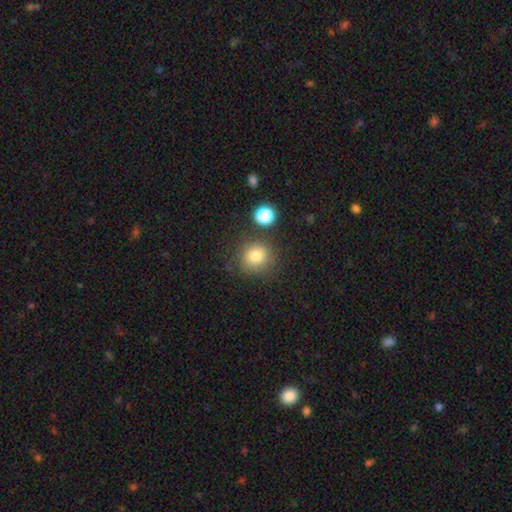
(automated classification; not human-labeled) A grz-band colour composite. It shows a smooth galaxy with no disk features (80%) that is round (85%). Merging: none (76%).